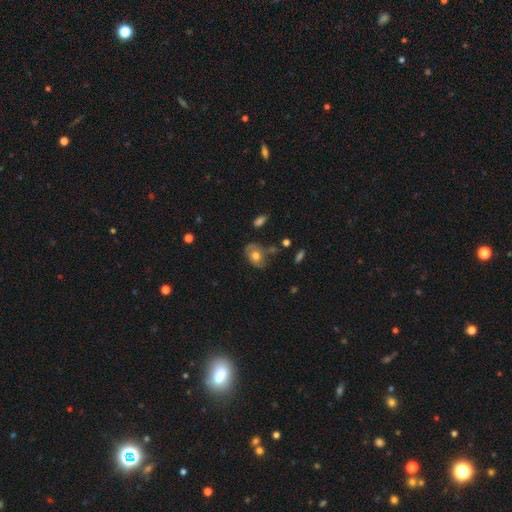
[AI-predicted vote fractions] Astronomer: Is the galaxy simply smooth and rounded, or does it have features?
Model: smooth — 56% (runner-up: featured or disk, 35%).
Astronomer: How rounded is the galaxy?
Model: in between — 76%.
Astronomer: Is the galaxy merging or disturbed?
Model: none — 46% (runner-up: minor disturbance, 31%).